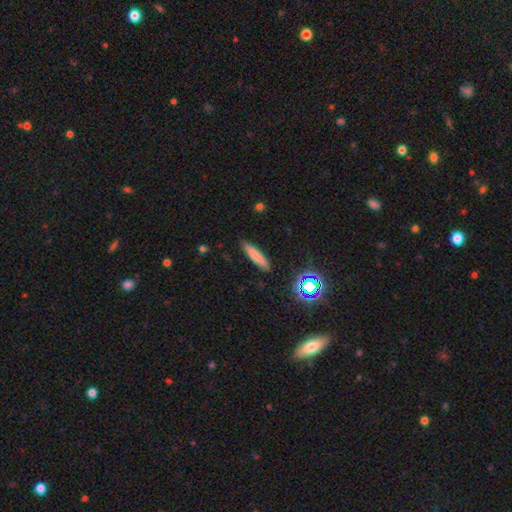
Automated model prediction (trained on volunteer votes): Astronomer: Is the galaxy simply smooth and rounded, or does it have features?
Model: smooth — 75%.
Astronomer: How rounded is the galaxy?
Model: cigar-shaped — 81%.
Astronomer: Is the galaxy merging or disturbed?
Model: none — 88%.